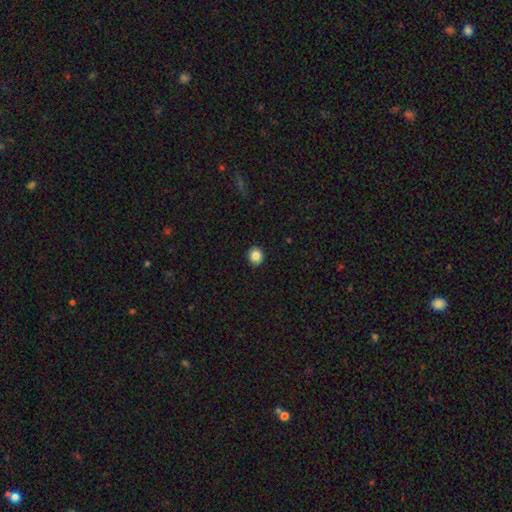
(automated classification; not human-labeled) Smooth or featured: smooth — 86% (star or artifact — 10%)
How rounded: round — 87% (in between — 12%)
Merging: none — 93% (minor disturbance — 5%)